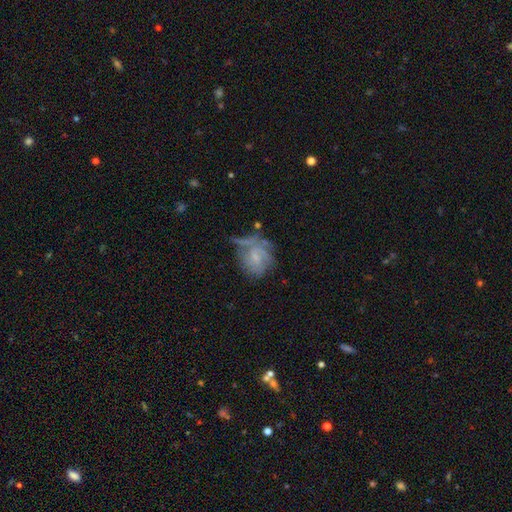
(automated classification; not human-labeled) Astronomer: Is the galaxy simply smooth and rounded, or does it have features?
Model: featured or disk — 56% (runner-up: smooth, 32%).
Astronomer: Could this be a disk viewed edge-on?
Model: no — 96%.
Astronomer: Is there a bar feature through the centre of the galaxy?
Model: no — 58% (runner-up: weak, 35%).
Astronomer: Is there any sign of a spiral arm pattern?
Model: yes — 69%.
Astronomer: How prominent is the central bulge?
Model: small — 50%.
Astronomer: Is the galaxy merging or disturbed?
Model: none — 40% (runner-up: minor disturbance, 25%).